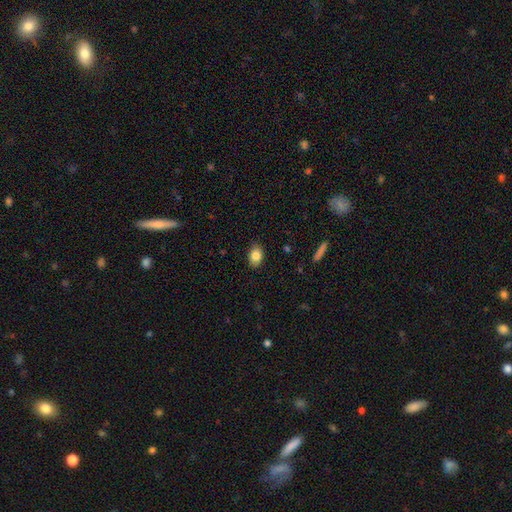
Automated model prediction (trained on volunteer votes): Smooth or featured?
  - smooth: 83% *
  - featured or disk: 9%
  - star or artifact: 8%
How rounded?
  - in between: 82% *
  - round: 16%
  - cigar-shaped: 1%
Merging?
  - none: 87% *
  - minor disturbance: 10%
  - major disturbance: 2%
  - merger: 1%